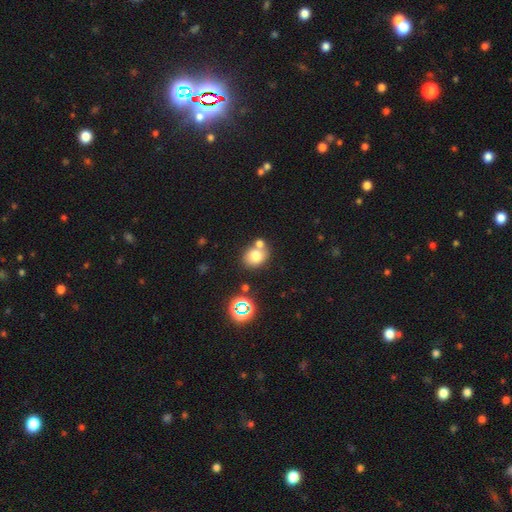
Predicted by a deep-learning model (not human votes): Overall: smooth (73%). How rounded: round (62%; in between 37%). Merging: none (57%; merger 29%).